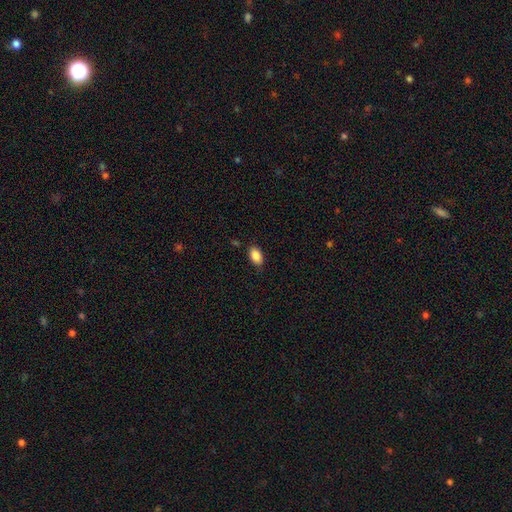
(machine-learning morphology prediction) Smooth or featured: smooth — 88% (star or artifact — 8%)
How rounded: in between — 92% (round — 6%)
Merging: none — 84% (minor disturbance — 12%)